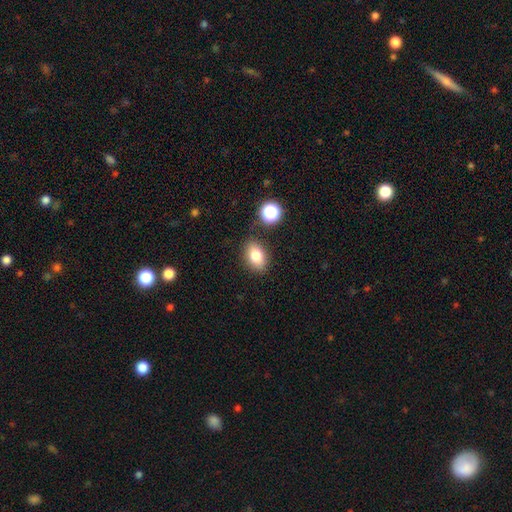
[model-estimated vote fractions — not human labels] Q: Smooth or featured?
A: smooth (79%); runner-up: featured or disk (11%)
Q: How rounded?
A: in between (81%); runner-up: round (17%)
Q: Merging?
A: none (81%); runner-up: minor disturbance (12%)